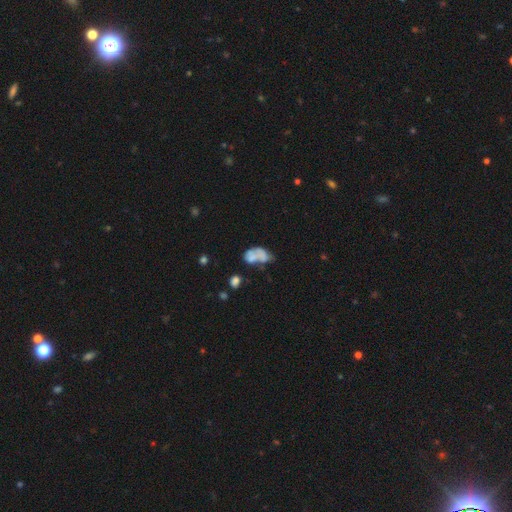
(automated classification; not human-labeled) Smooth or featured? smooth (50%)
How rounded? in between (86%)
Merging? merger (33%)